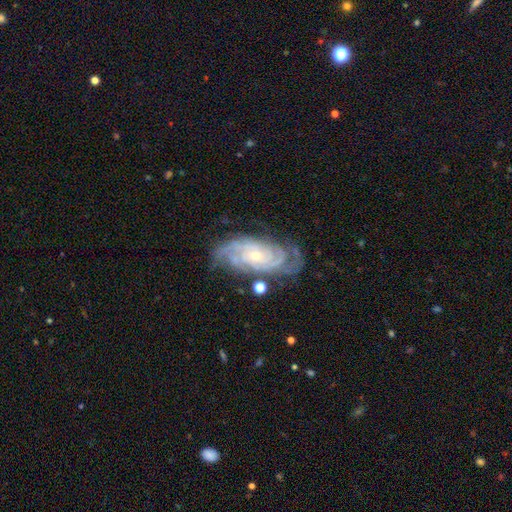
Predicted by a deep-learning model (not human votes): Smooth or featured: featured or disk — 89% (star or artifact — 6%)
Edge-on disk: no — 95% (yes — 5%)
Bar: no — 69% (weak — 23%)
Spiral arms: yes — 98% (no — 2%)
Spiral winding: tight — 73% (medium — 23%)
Spiral arm count: 3 — 25% (4 — 23%)
Bulge size: small — 70% (moderate — 26%)
Merging: none — 71% (minor disturbance — 19%)